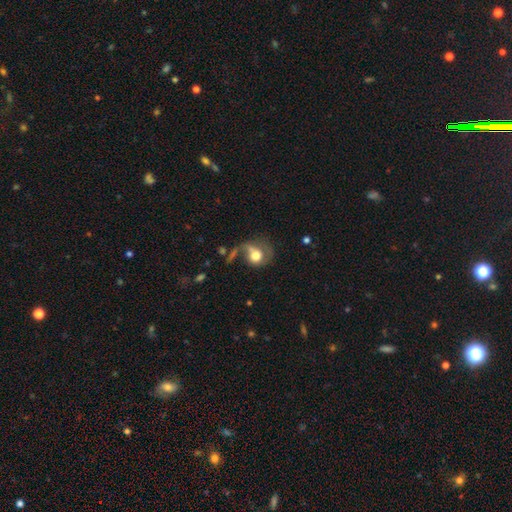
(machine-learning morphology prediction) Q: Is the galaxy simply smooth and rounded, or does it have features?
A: smooth — 47%.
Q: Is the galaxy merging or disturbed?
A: major disturbance — 40%.